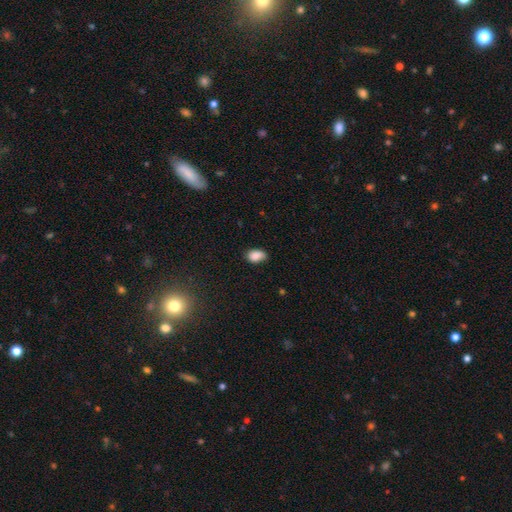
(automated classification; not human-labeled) Smooth or featured: smooth — 87% (star or artifact — 8%)
How rounded: in between — 84% (round — 14%)
Merging: none — 70% (minor disturbance — 24%)